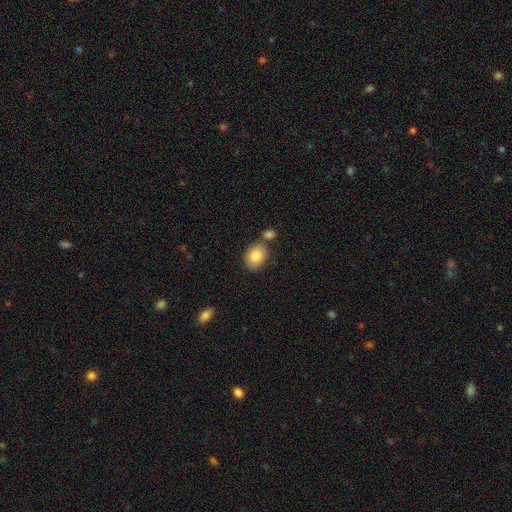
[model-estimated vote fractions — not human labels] Smooth or featured: smooth — 84% (featured or disk — 8%)
How rounded: in between — 63% (round — 36%)
Merging: none — 66% (merger — 17%)